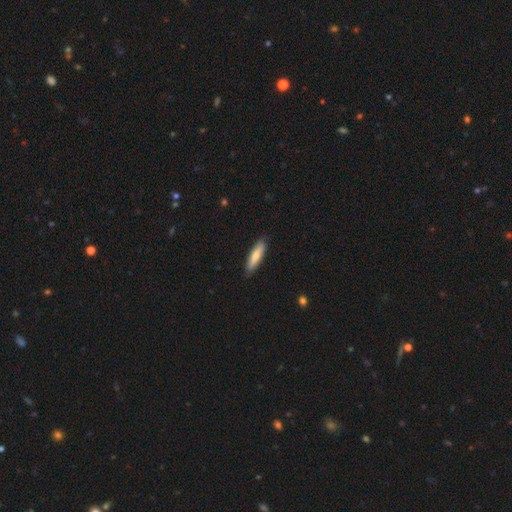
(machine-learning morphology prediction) type=smooth (71%); roundness=cigar-shaped (71%); merging=none (86%).